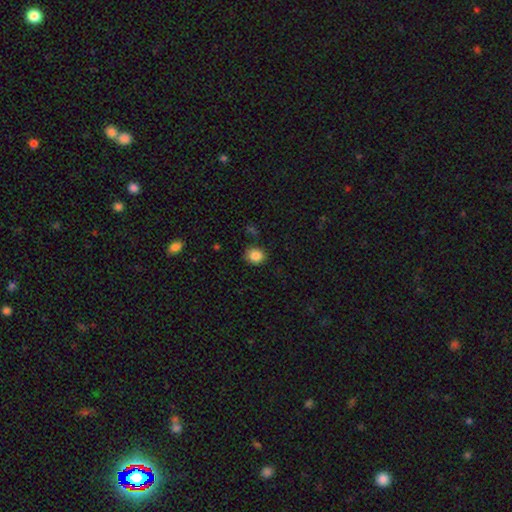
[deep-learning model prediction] A smooth galaxy with no disk features (86%) that is round (72%).

Vote fractions:
- Smooth or featured? smooth: 86% / star or artifact: 10% / featured or disk: 5%
- How rounded? round: 72% / in between: 28% / cigar-shaped: 1%
- Merging? none: 83% / minor disturbance: 12% / major disturbance: 3% / merger: 2%